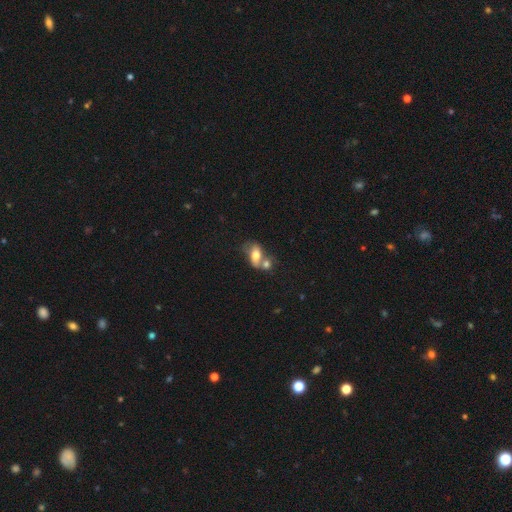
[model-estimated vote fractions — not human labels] Smooth or featured?
  - smooth: 65% *
  - featured or disk: 26%
  - star or artifact: 9%
How rounded?
  - in between: 83% *
  - round: 12%
  - cigar-shaped: 5%
Merging?
  - merger: 60% *
  - none: 23%
  - minor disturbance: 10%
  - major disturbance: 7%